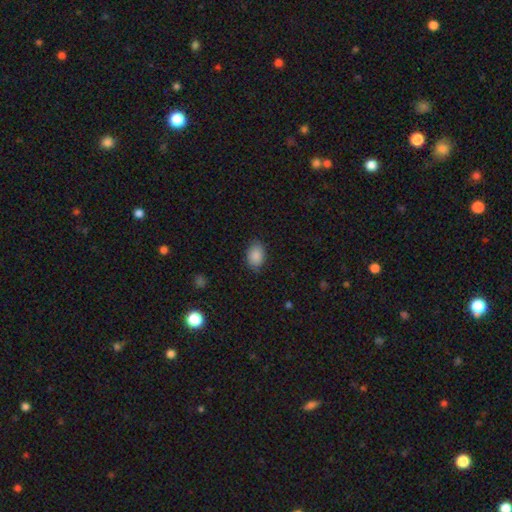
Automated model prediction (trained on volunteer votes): This appears to be a smooth galaxy with no disk features (89%) that is in between round and cigar-shaped (82%). Merging: none (82%).